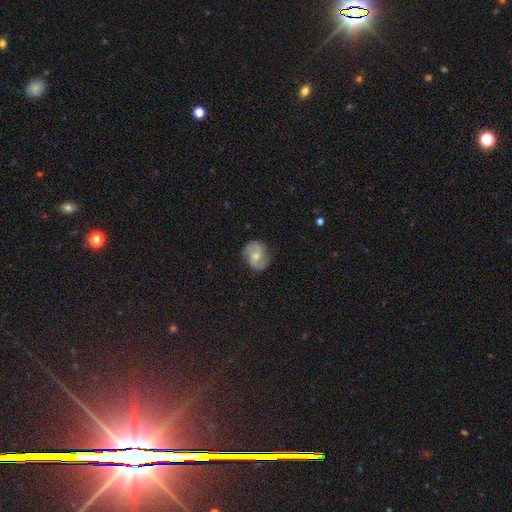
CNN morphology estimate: Smooth or featured: featured or disk — 59% (smooth — 33%)
Edge-on disk: no — 97% (yes — 3%)
Bar: no — 59% (weak — 34%)
Spiral arms: yes — 88% (no — 12%)
Spiral winding: medium — 47% (tight — 27%)
Spiral arm count: 2 — 84% (can't tell — 9%)
Bulge size: moderate — 54% (small — 38%)
Merging: none — 75% (minor disturbance — 18%)